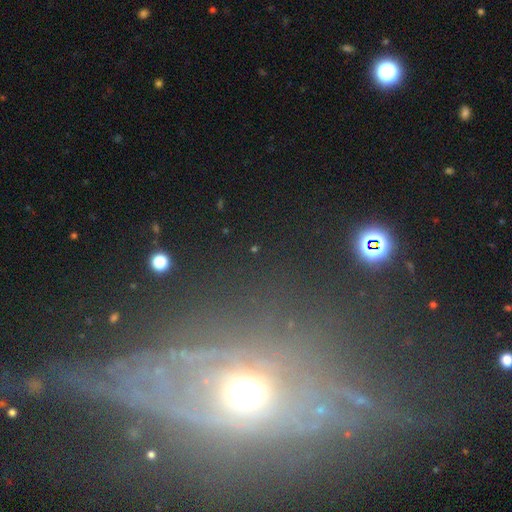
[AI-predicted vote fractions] Q: Smooth or featured?
A: featured or disk (44%); runner-up: star or artifact (36%)
Q: Merging?
A: none (61%); runner-up: major disturbance (19%)